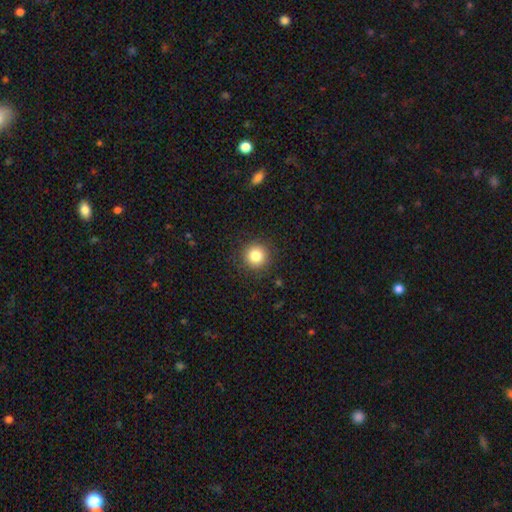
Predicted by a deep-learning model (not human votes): This appears to be a smooth galaxy with no disk features (83%) that is round (94%). Merging: none (90%).